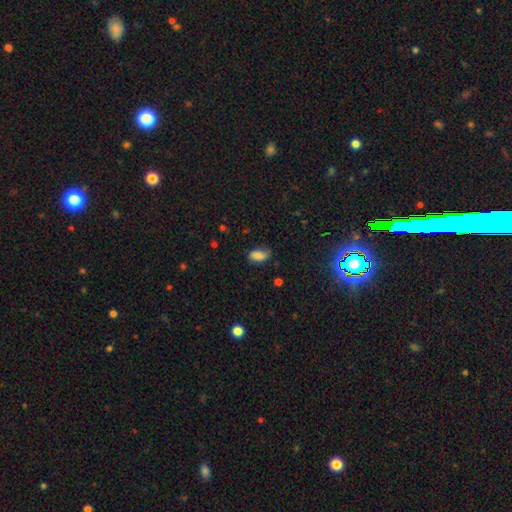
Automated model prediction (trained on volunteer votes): Morphology: type=smooth (81%); roundness=in between (91%); merging=none (63%).